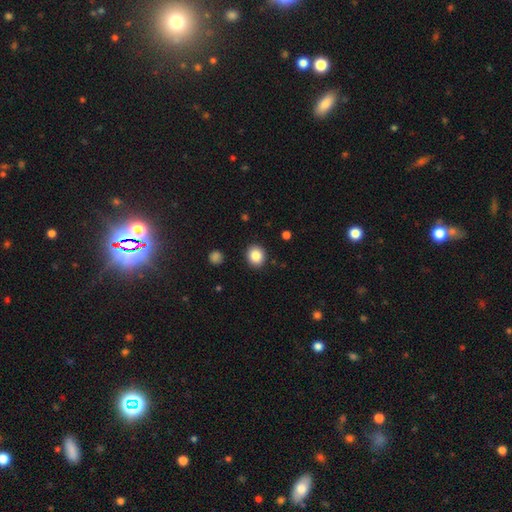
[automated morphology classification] A smooth galaxy with no disk features (86%) that is round (76%).

Vote fractions:
- Smooth or featured? smooth: 86% / star or artifact: 9% / featured or disk: 4%
- How rounded? round: 76% / in between: 23% / cigar-shaped: 1%
- Merging? none: 90% / minor disturbance: 6% / major disturbance: 2% / merger: 1%